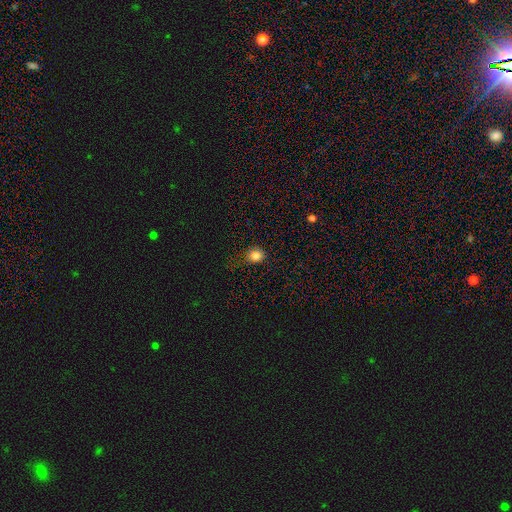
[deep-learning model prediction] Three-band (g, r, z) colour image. It shows a smooth galaxy with no disk features (82%) that is round (84%). Merging: none (81%).